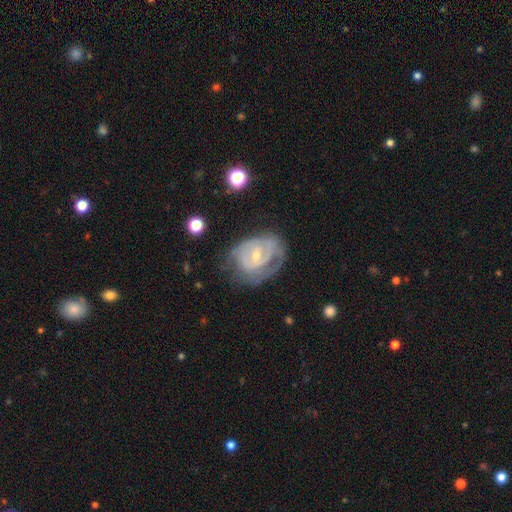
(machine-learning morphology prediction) The model was most divided on "spiral arm count": can't tell: 39%, 2: 36%, 1: 10%, 3: 10%, 4: 3%, more than 4: 2%. Remaining: edge-on disk — no (97%); spiral arms — yes (81%); smooth or featured — featured or disk (79%); bulge size — small (59%); spiral winding — tight (58%); merging — none (52%); bar — weak (48%).